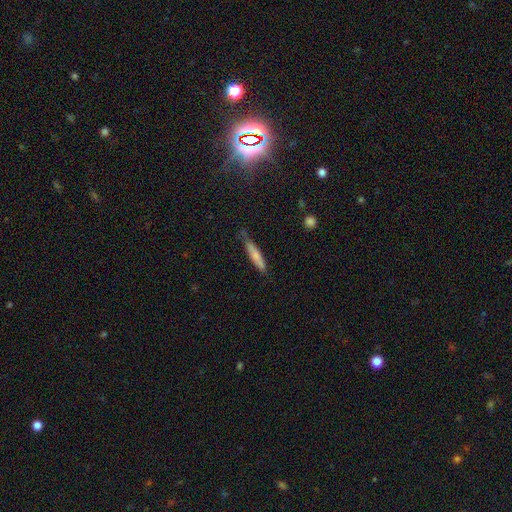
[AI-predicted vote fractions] Smooth or featured: smooth — 70% (featured or disk — 24%)
How rounded: cigar-shaped — 90% (in between — 8%)
Merging: none — 69% (minor disturbance — 25%)